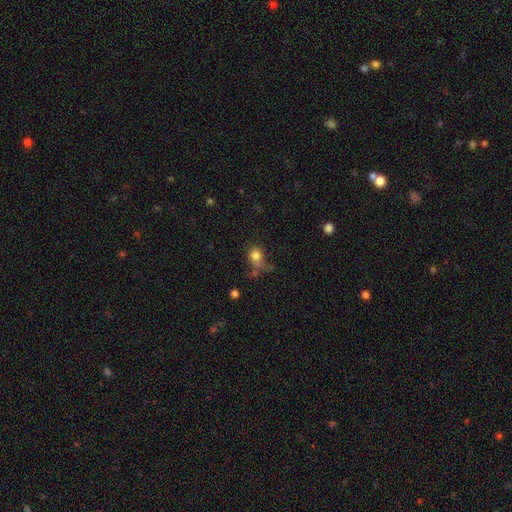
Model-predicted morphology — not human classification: Q: Smooth or featured?
A: smooth (79%); runner-up: star or artifact (13%)
Q: How rounded?
A: round (70%); runner-up: in between (29%)
Q: Merging?
A: none (48%); runner-up: minor disturbance (22%)